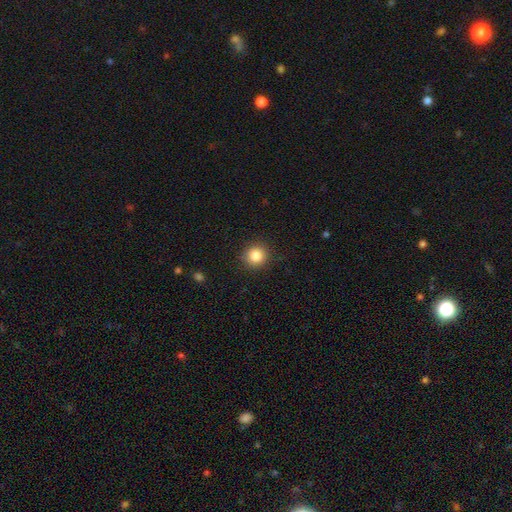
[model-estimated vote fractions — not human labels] Morphology: type=smooth (84%); roundness=round (93%); merging=none (90%).